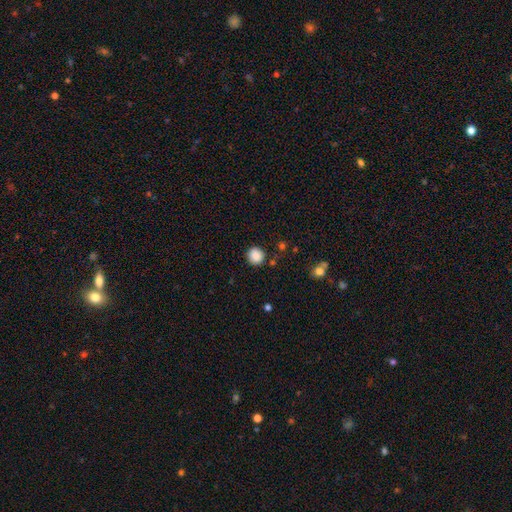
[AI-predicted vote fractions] A smooth galaxy with no disk features (88%) that is round (91%).

Vote fractions:
- Smooth or featured? smooth: 88% / star or artifact: 9% / featured or disk: 3%
- How rounded? round: 91% / in between: 8% / cigar-shaped: 1%
- Merging? none: 86% / minor disturbance: 9% / major disturbance: 3% / merger: 2%